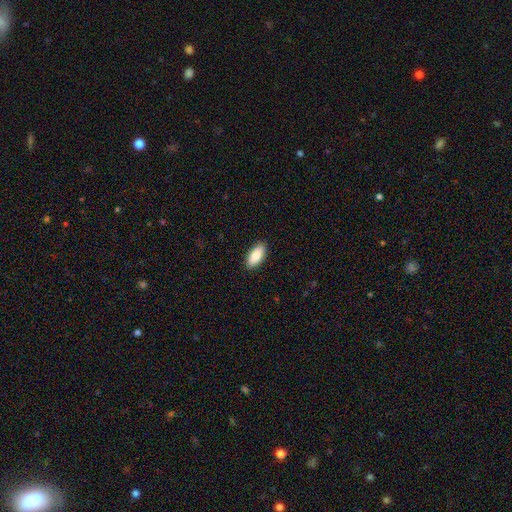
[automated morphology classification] A smooth galaxy with no disk features (85%) that is in between round and cigar-shaped (89%).

Vote fractions:
- Smooth or featured? smooth: 85% / featured or disk: 9% / star or artifact: 6%
- How rounded? in between: 89% / cigar-shaped: 9% / round: 2%
- Merging? none: 90% / minor disturbance: 7% / major disturbance: 2% / merger: 1%